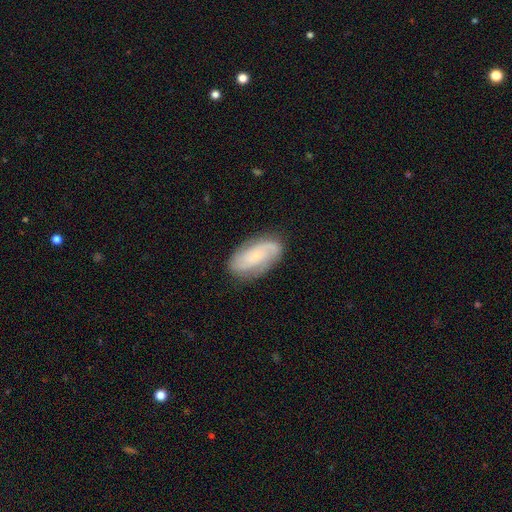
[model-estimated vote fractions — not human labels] featured or disk 71%, smooth 22%, star or artifact 6%. Down the decision tree: edge-on disk — no (95%); bar — no (67%); spiral arms — yes (94%); spiral arm count — 2 (59%); spiral winding — medium (42%); bulge size — small (76%); merging — none (79%).